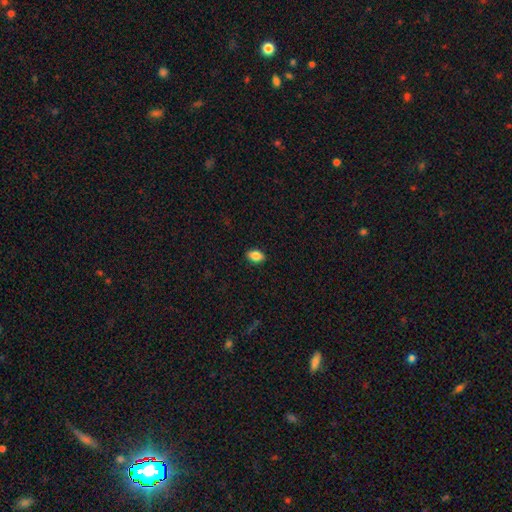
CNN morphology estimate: type=smooth (85%); roundness=in between (85%); merging=none (89%).